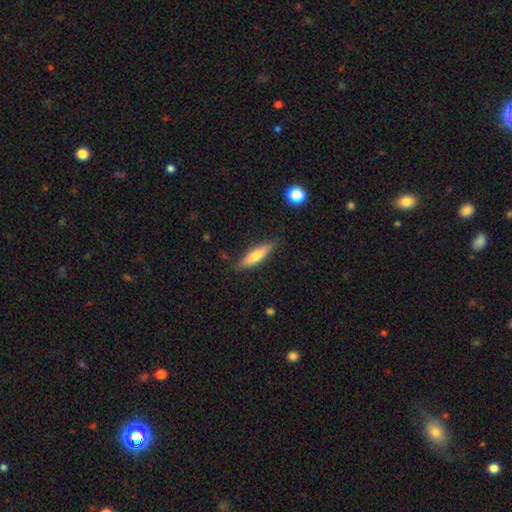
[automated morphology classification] Smooth or featured?
  - smooth: 63% *
  - featured or disk: 31%
  - star or artifact: 6%
How rounded?
  - cigar-shaped: 68% *
  - in between: 30%
  - round: 2%
Merging?
  - none: 83% *
  - minor disturbance: 13%
  - major disturbance: 3%
  - merger: 2%